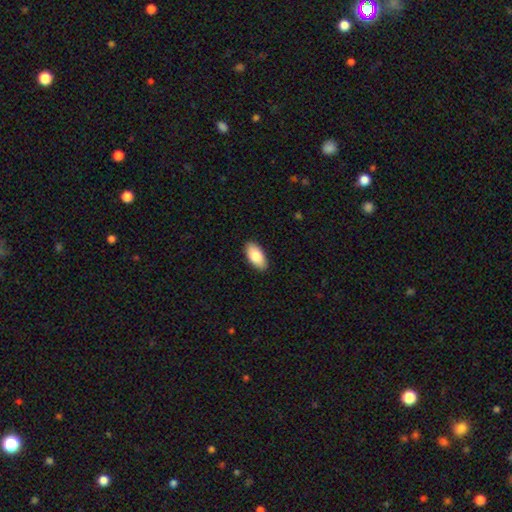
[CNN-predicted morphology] smooth 82%, featured or disk 12%, star or artifact 6%. Down the decision tree: how rounded — in between (94%); merging — none (90%).